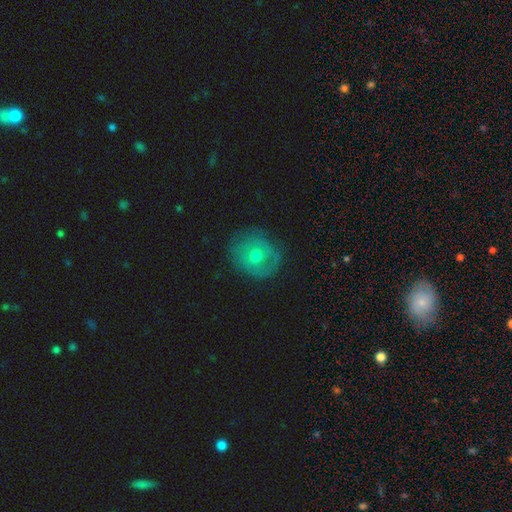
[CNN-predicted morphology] Smooth or featured? smooth (50%)
Merging? none (76%)